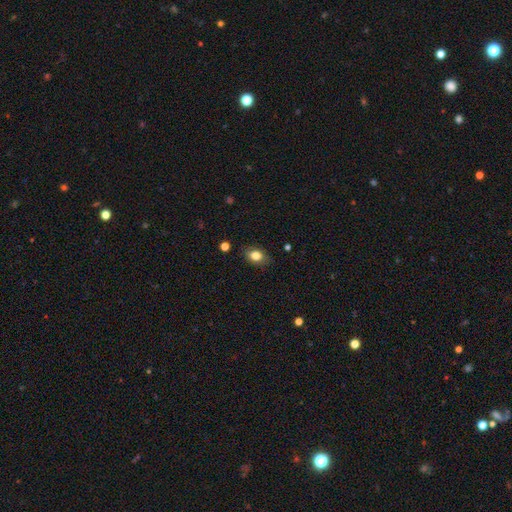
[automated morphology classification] Smooth or featured? Predicted: smooth (p=0.81). How rounded? Predicted: in between (p=0.73). Merging? Predicted: none (p=0.81).